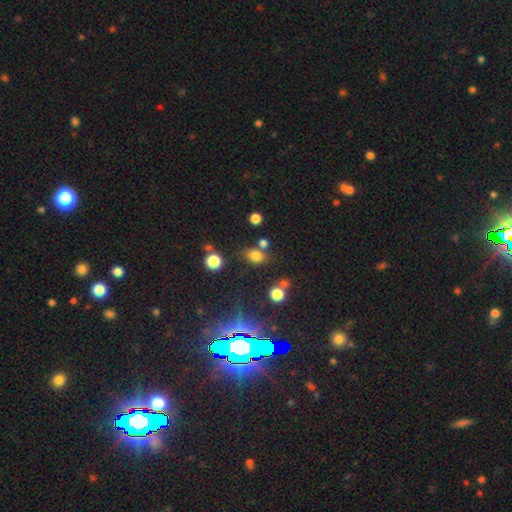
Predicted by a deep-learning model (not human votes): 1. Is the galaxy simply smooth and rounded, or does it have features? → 74% smooth, 18% star or artifact, 8% featured or disk.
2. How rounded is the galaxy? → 64% in between, 34% round, 2% cigar-shaped.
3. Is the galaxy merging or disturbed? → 65% none, 15% minor disturbance, 15% merger, 5% major disturbance.